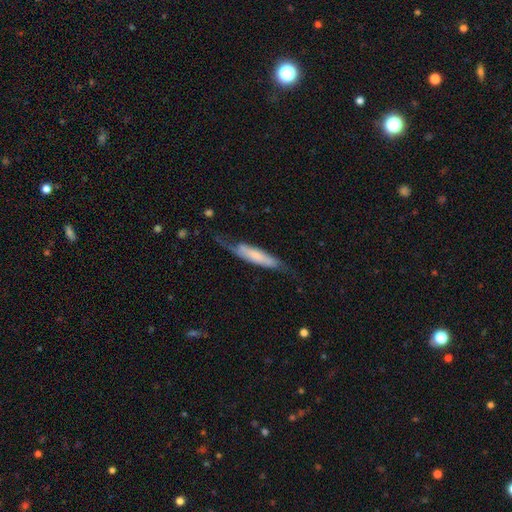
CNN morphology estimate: Smooth or featured: smooth — 49% (featured or disk — 45%)
Merging: none — 50% (minor disturbance — 28%)